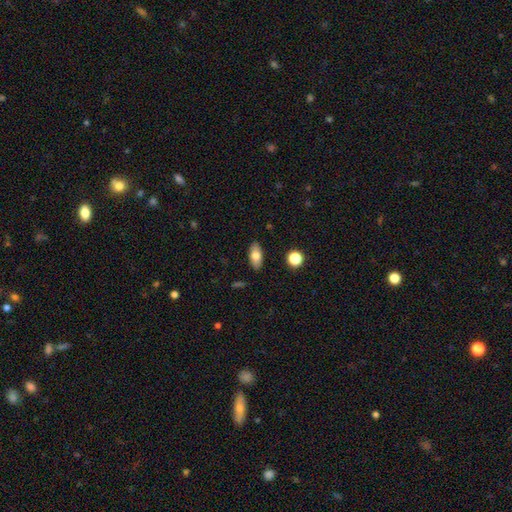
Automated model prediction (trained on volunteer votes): Morphology: type=smooth (75%); roundness=in between (87%); merging=none (88%).